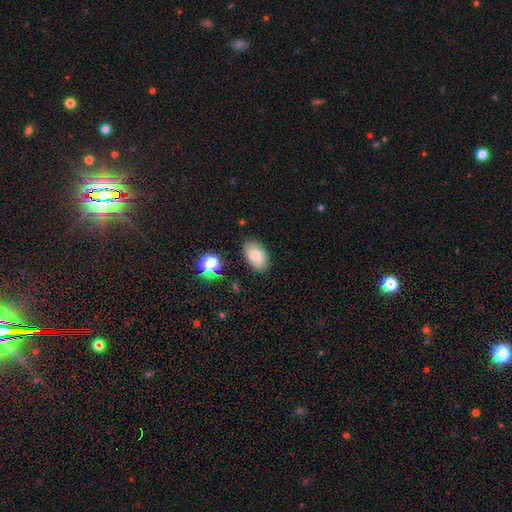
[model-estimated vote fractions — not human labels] Smooth or featured: smooth — 77% (featured or disk — 13%)
How rounded: in between — 91% (round — 7%)
Merging: none — 79% (minor disturbance — 15%)